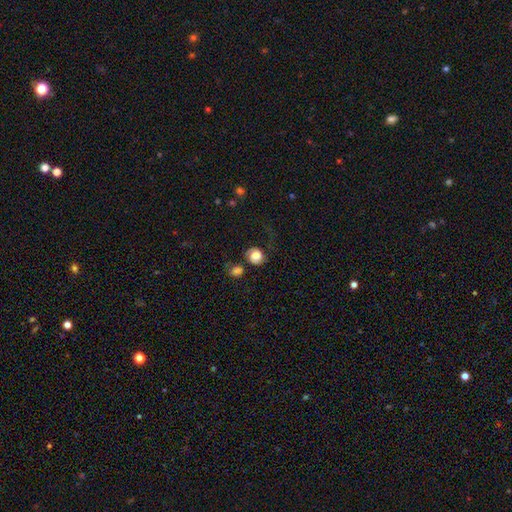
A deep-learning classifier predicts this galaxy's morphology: type=smooth (72%); roundness=round (82%); merging=none (45%).